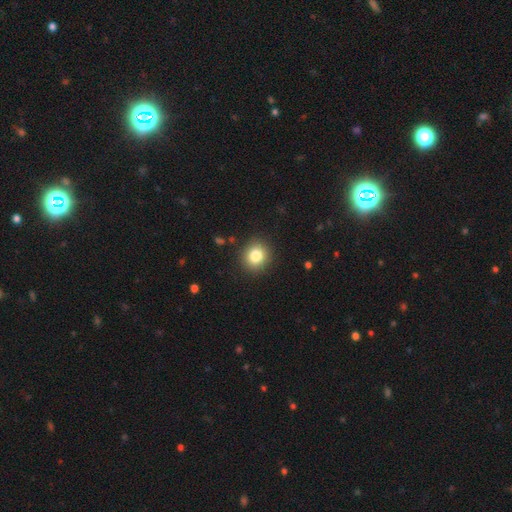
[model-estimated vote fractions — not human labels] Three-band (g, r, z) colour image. It shows a smooth galaxy with no disk features (82%) that is round (86%). Merging: none (91%).